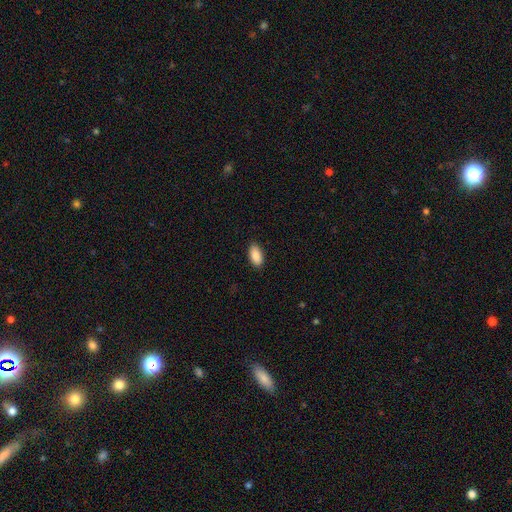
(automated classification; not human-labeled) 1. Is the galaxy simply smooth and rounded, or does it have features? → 90% smooth, 6% star or artifact, 3% featured or disk.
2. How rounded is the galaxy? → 93% in between, 5% cigar-shaped, 2% round.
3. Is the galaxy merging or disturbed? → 89% none, 8% minor disturbance, 2% major disturbance, 1% merger.